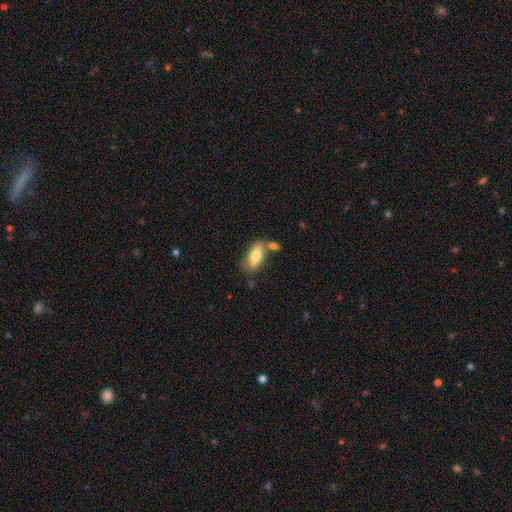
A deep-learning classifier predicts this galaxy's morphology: This appears to be a smooth galaxy with no disk features (73%) that is in between round and cigar-shaped (80%). Merging: none (62%).